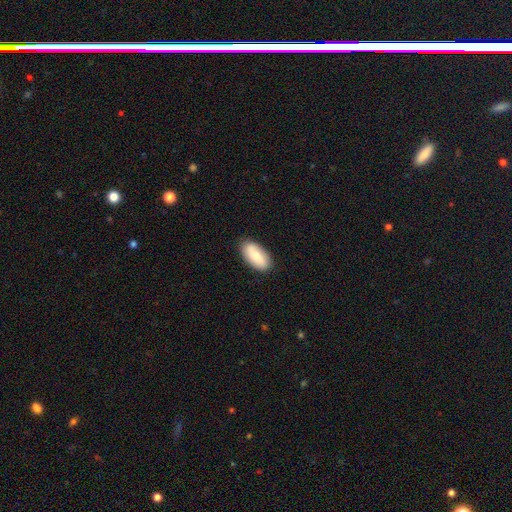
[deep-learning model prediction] Smooth or featured?
  - smooth: 78% *
  - featured or disk: 17%
  - star or artifact: 6%
How rounded?
  - in between: 92% *
  - cigar-shaped: 6%
  - round: 2%
Merging?
  - none: 87% *
  - minor disturbance: 10%
  - major disturbance: 2%
  - merger: 1%